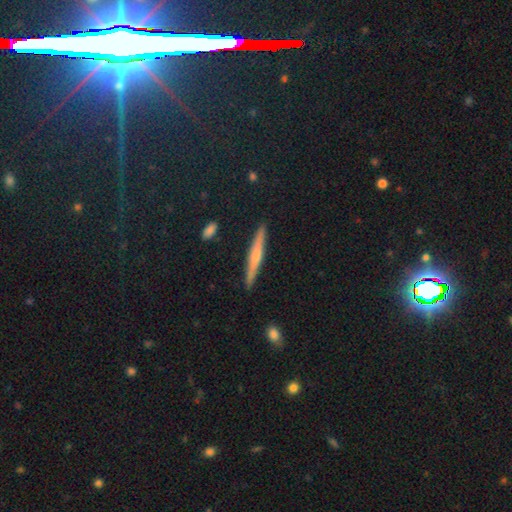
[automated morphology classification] featured or disk 54%, smooth 37%, star or artifact 9%. Down the decision tree: edge-on disk — yes (97%); edge-on bulge — rounded (57%); merging — none (91%).